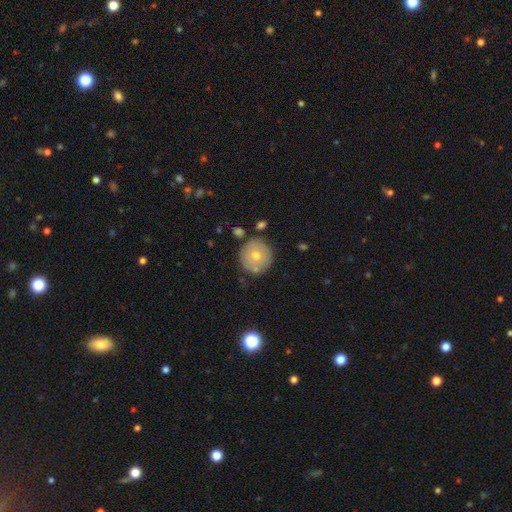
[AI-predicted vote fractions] This is possibly a smooth galaxy (60%). How rounded: clearly round (94%). Merging: clearly none (83%).